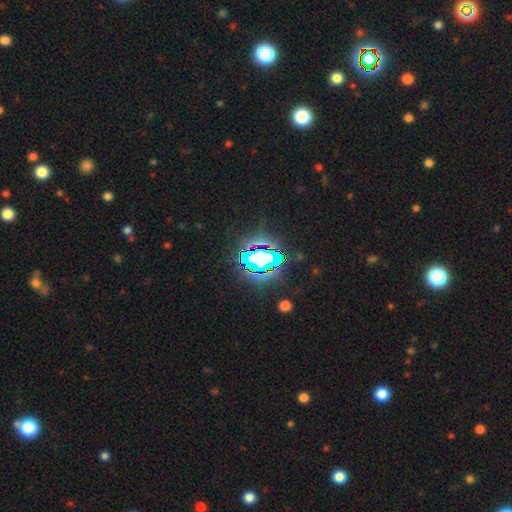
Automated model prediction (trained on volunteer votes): This appears to be a star or artifact, not a galaxy (83%).